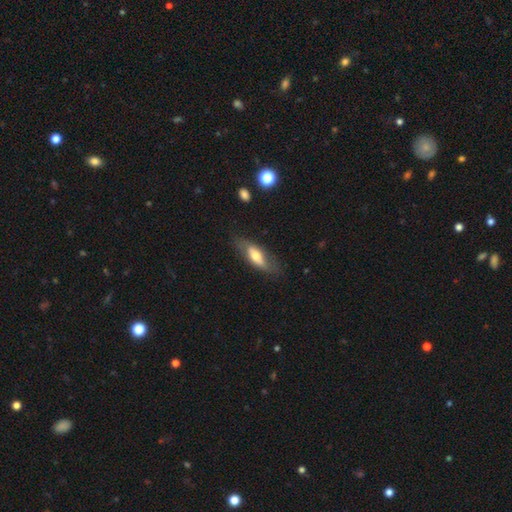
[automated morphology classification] smooth 50%, featured or disk 44%, star or artifact 6%. Down the decision tree: merging — none (72%).